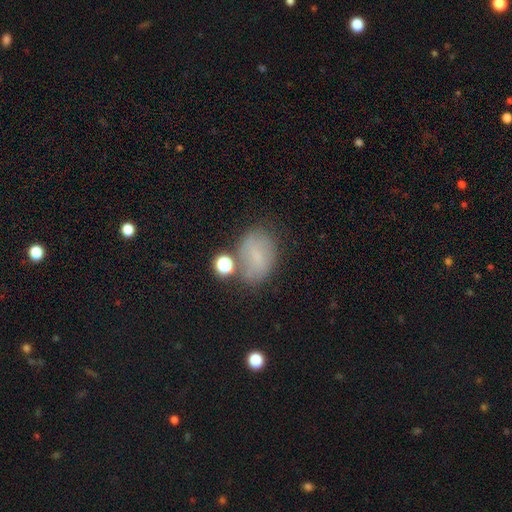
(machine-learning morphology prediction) Smooth or featured: smooth — 61% (featured or disk — 24%)
How rounded: in between — 73% (round — 25%)
Merging: none — 56% (minor disturbance — 23%)